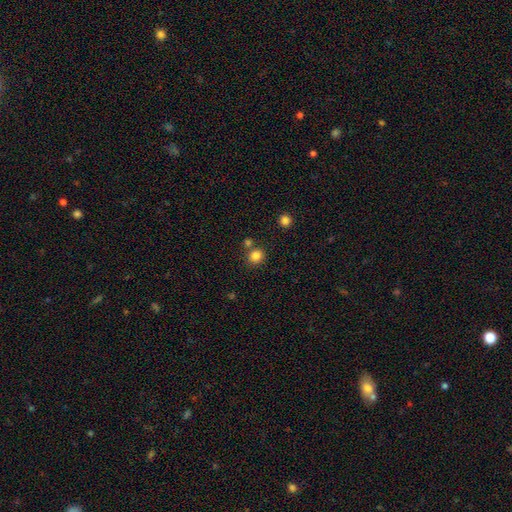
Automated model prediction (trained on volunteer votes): smooth 83%, star or artifact 12%, featured or disk 5%. Down the decision tree: how rounded — round (84%); merging — none (74%).